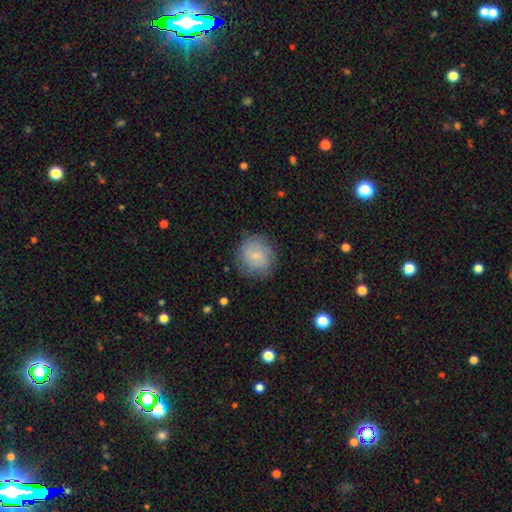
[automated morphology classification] This appears to be a smooth galaxy with no disk features (63%) that is round (87%). Merging: none (78%).